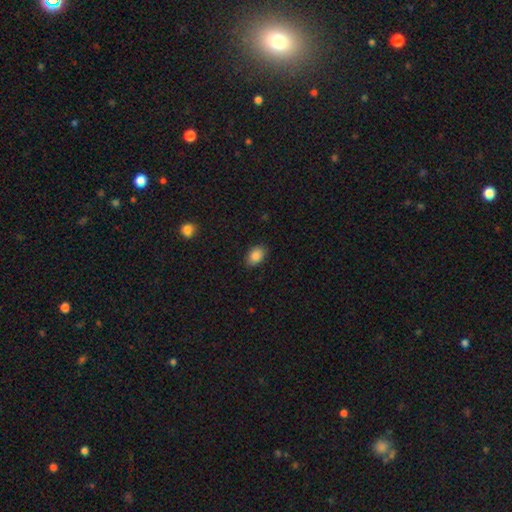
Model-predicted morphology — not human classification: Smooth or featured: smooth — 87% (star or artifact — 9%)
How rounded: in between — 84% (round — 15%)
Merging: none — 87% (minor disturbance — 10%)